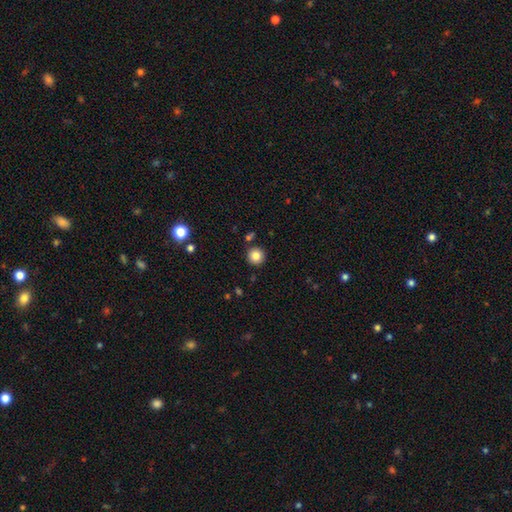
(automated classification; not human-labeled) This is clearly a smooth galaxy (84%). How rounded: clearly round (95%). Merging: clearly none (88%).